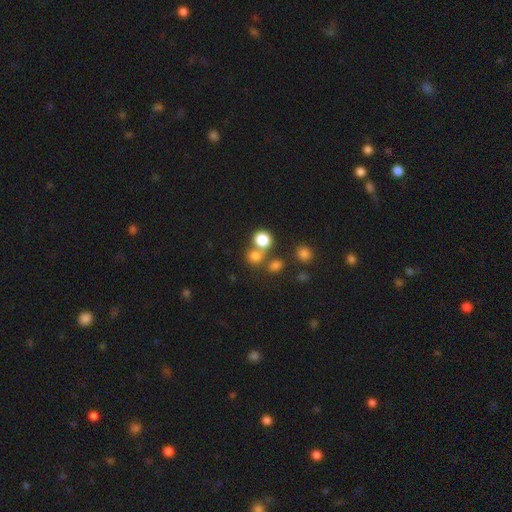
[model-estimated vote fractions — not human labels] Smooth or featured: smooth — 75% (star or artifact — 18%)
How rounded: round — 82% (in between — 17%)
Merging: none — 57% (merger — 31%)